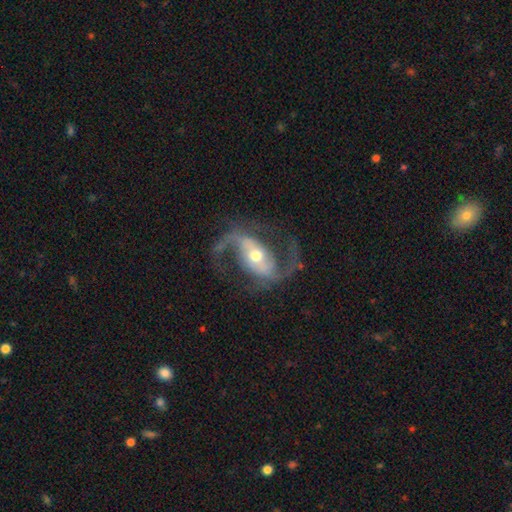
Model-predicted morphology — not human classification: Smooth or featured?
  - featured or disk: 91% *
  - smooth: 5%
  - star or artifact: 4%
Edge-on disk?
  - no: 97% *
  - yes: 3%
Bar?
  - strong: 42% *
  - weak: 34%
  - no: 24%
Spiral arms?
  - yes: 97% *
  - no: 3%
Spiral winding?
  - medium: 50% *
  - loose: 41%
  - tight: 9%
Spiral arm count?
  - 2: 94% *
  - can't tell: 2%
  - 1: 2%
  - 3: 1%
  - 4: 1%
  - more than 4: 1%
Bulge size?
  - moderate: 67% *
  - small: 24%
  - large: 7%
  - dominant: 1%
  - none: 1%
Merging?
  - none: 78% *
  - minor disturbance: 12%
  - major disturbance: 9%
  - merger: 2%